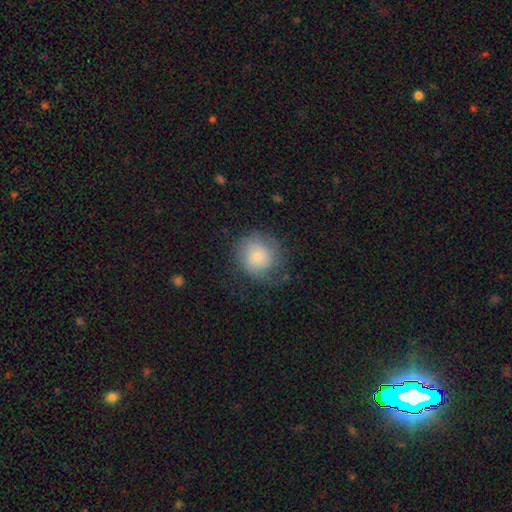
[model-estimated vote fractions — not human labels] A smooth galaxy with no disk features (69%) that is round (85%).

Vote fractions:
- Smooth or featured? smooth: 69% / featured or disk: 22% / star or artifact: 9%
- How rounded? round: 85% / in between: 14% / cigar-shaped: 1%
- Merging? none: 62% / minor disturbance: 24% / major disturbance: 12% / merger: 1%